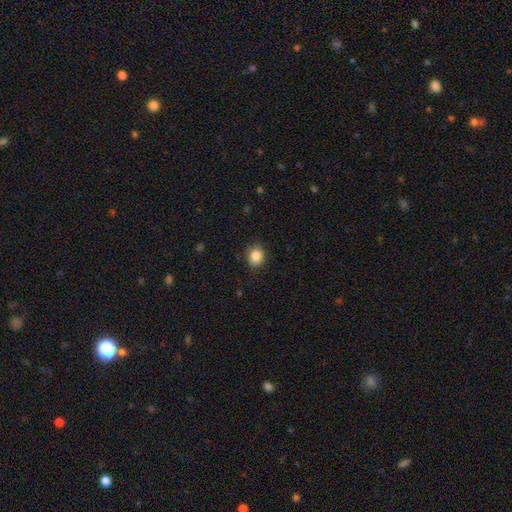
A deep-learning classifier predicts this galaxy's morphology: This appears to be a smooth galaxy with no disk features (86%) that is round (63%). Merging: none (86%).